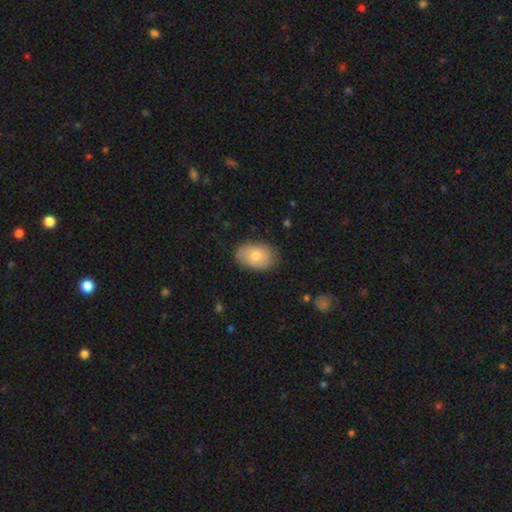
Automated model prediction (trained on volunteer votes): Smooth or featured? smooth (76%)
How rounded? in between (89%)
Merging? none (81%)